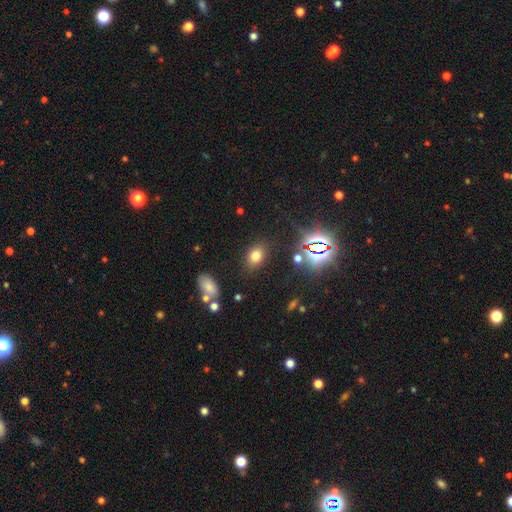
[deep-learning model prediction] Smooth or featured? Predicted: smooth (p=0.71). How rounded? Predicted: in between (p=0.75). Merging? Predicted: none (p=0.82).